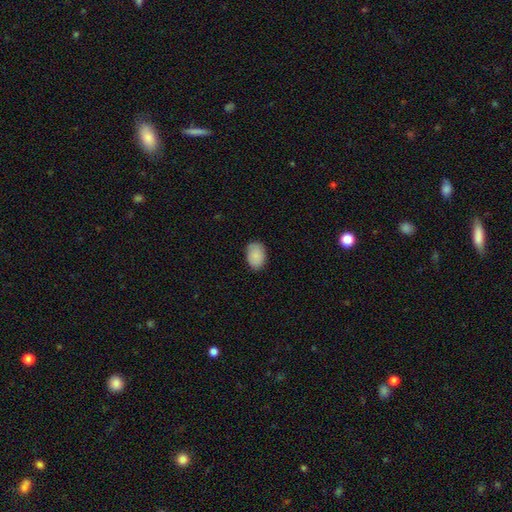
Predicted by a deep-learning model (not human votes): Smooth or featured? Predicted: smooth (p=0.88). How rounded? Predicted: in between (p=0.83). Merging? Predicted: none (p=0.85).